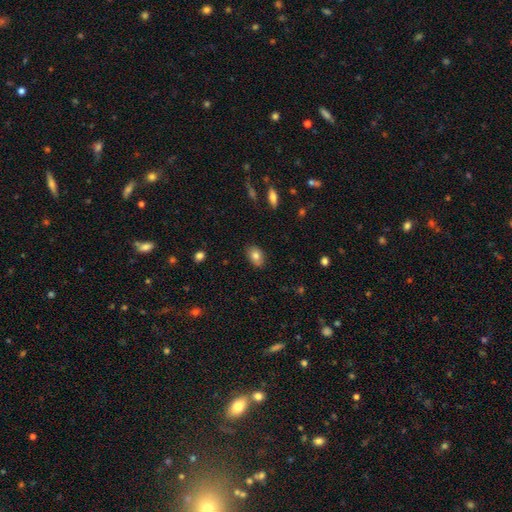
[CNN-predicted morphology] smooth-or-featured: smooth: 80% | featured or disk: 11% | star or artifact: 8%
  how-rounded: in between: 82% | round: 17% | cigar-shaped: 1%
  merging: none: 82% | minor disturbance: 14% | major disturbance: 2% | merger: 2%